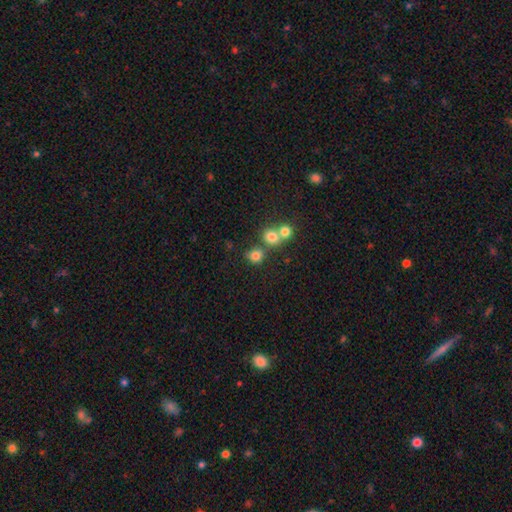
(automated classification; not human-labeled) Smooth or featured? Predicted: smooth (p=0.78). How rounded? Predicted: round (p=0.86). Merging? Predicted: none (p=0.60).